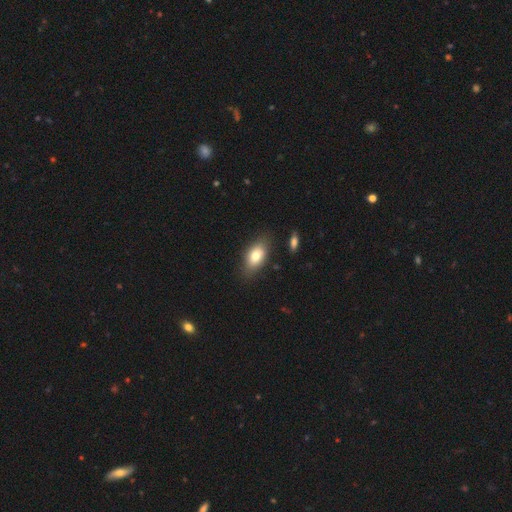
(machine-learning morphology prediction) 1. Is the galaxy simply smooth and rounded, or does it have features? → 78% smooth, 15% featured or disk, 7% star or artifact.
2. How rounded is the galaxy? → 88% in between, 7% round, 5% cigar-shaped.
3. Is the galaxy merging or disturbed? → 79% none, 15% minor disturbance, 3% major disturbance, 3% merger.